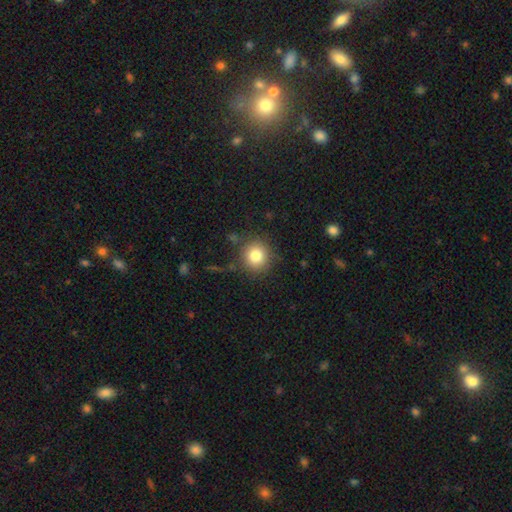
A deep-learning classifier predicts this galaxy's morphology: type=smooth (81%); roundness=round (91%); merging=none (83%).